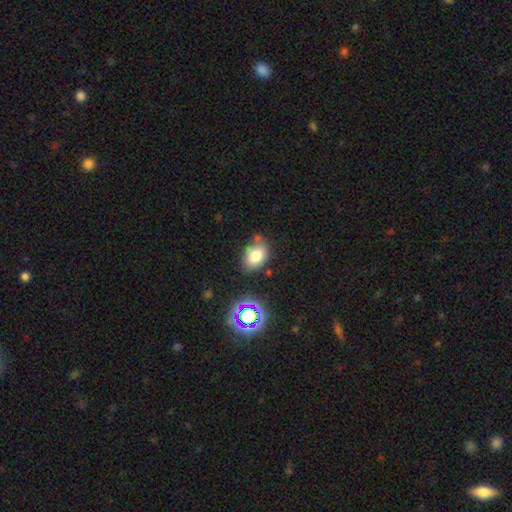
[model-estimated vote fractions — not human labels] Smooth or featured?
  - smooth: 78% *
  - star or artifact: 12%
  - featured or disk: 10%
How rounded?
  - in between: 76% *
  - round: 23%
  - cigar-shaped: 1%
Merging?
  - none: 70% *
  - minor disturbance: 18%
  - merger: 7%
  - major disturbance: 4%